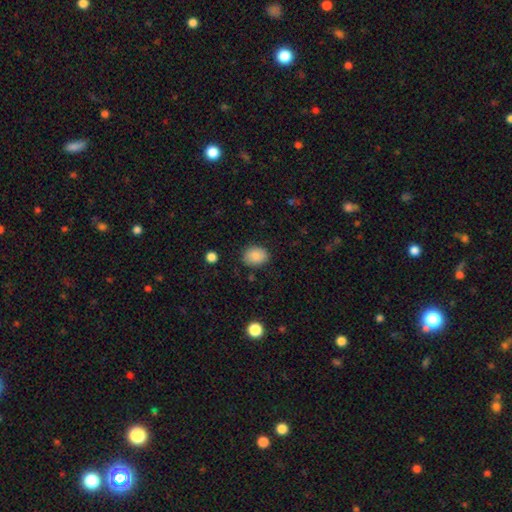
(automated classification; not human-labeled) This is clearly a smooth galaxy (86%). How rounded: possibly in between (54%). Merging: clearly none (82%).